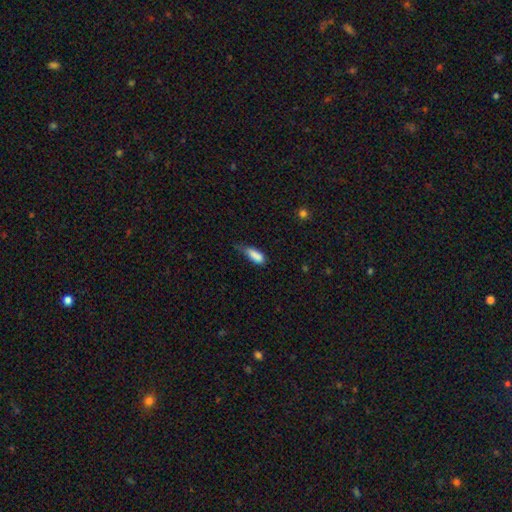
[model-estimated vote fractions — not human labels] This is clearly a smooth galaxy (83%). How rounded: likely in between (69%). Merging: possibly minor disturbance (47%).